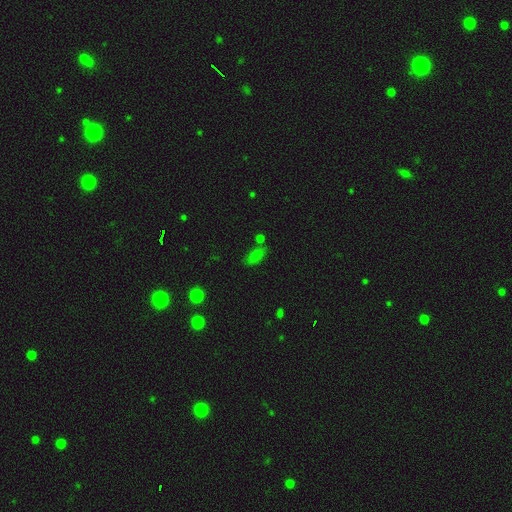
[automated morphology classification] Overall: smooth (74%). How rounded: in between (84%). Merging: none (68%).